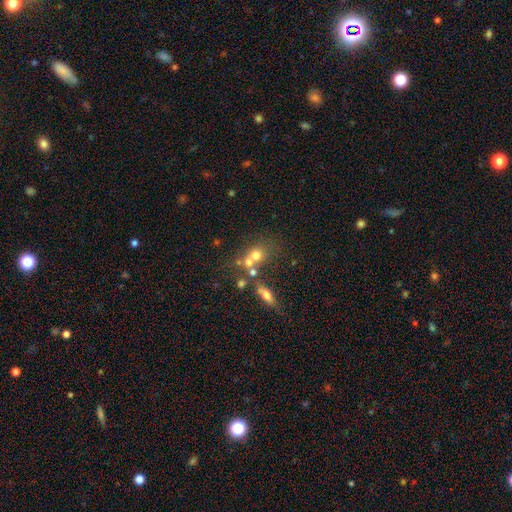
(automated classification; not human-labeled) Smooth or featured: smooth — 63% (featured or disk — 21%)
How rounded: round — 71% (in between — 27%)
Merging: merger — 45% (none — 38%)